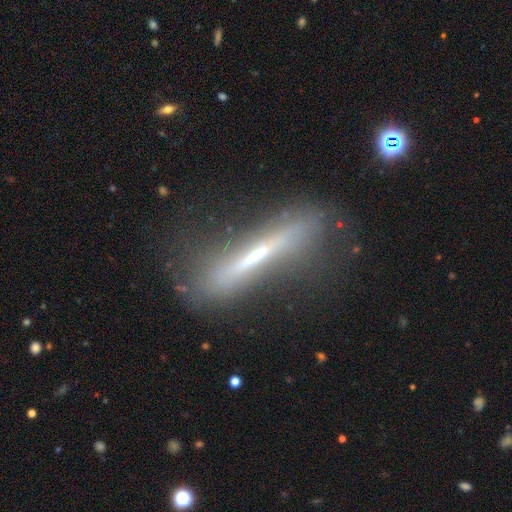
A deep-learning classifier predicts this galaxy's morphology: Smooth or featured? featured or disk (63%)
Edge-on disk? yes (83%)
Edge-on bulge? rounded (47%)
Merging? none (70%)